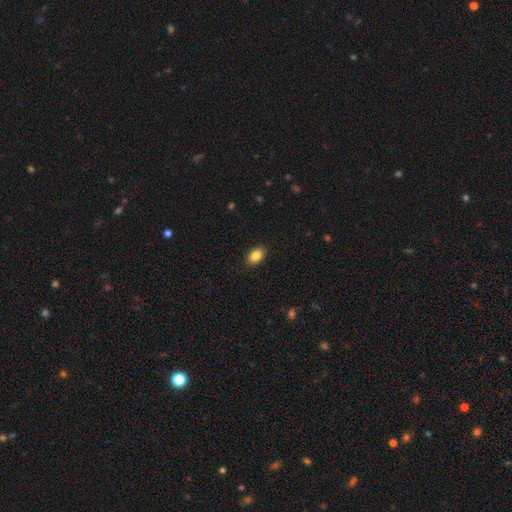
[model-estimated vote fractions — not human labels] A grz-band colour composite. It shows a smooth galaxy with no disk features (87%) that is in between round and cigar-shaped (84%). Merging: none (90%).